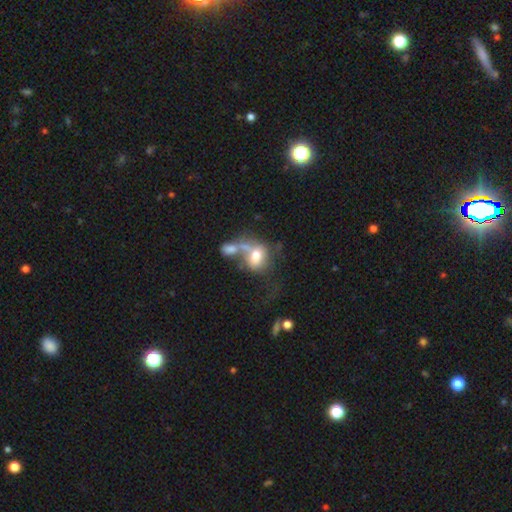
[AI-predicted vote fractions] smooth 61%, featured or disk 29%, star or artifact 10%. Down the decision tree: how rounded — in between (65%); merging — merger (58%).